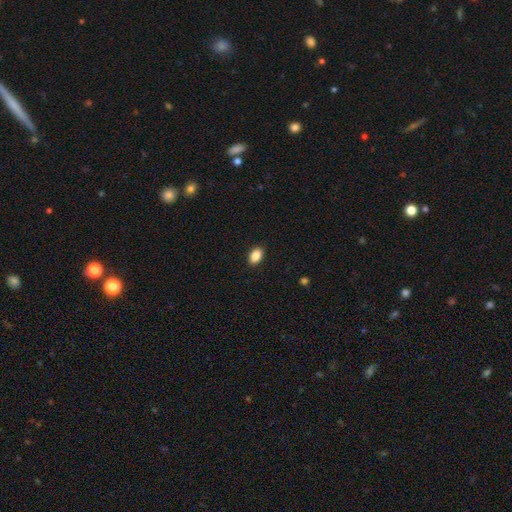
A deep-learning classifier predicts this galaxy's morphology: This is clearly a smooth galaxy (88%). How rounded: clearly in between (88%). Merging: clearly none (90%).